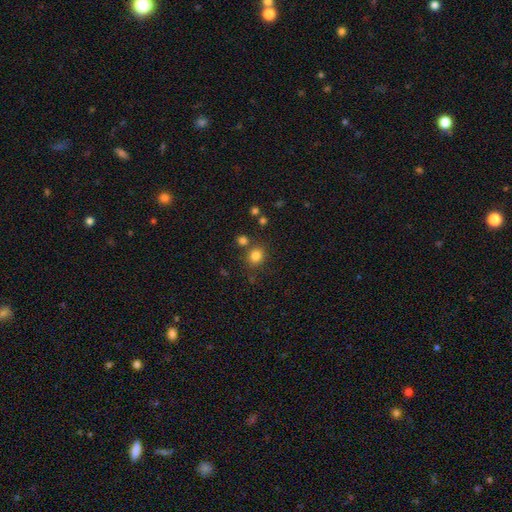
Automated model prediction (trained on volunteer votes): Overall: smooth (81%). How rounded: round (83%). Merging: none (78%).